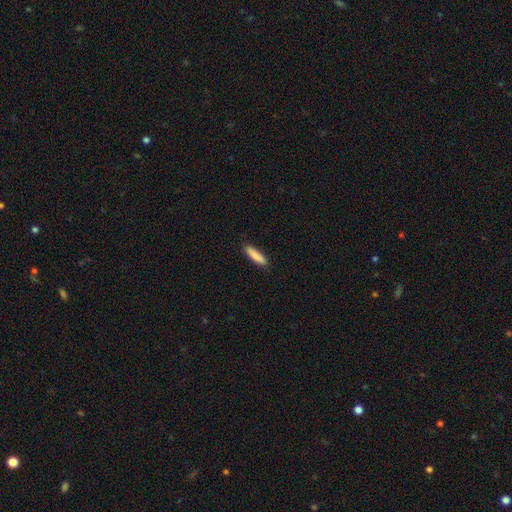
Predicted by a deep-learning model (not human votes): A smooth galaxy with no disk features (87%) that is cigar-shaped (81%). Merging: none (89%).